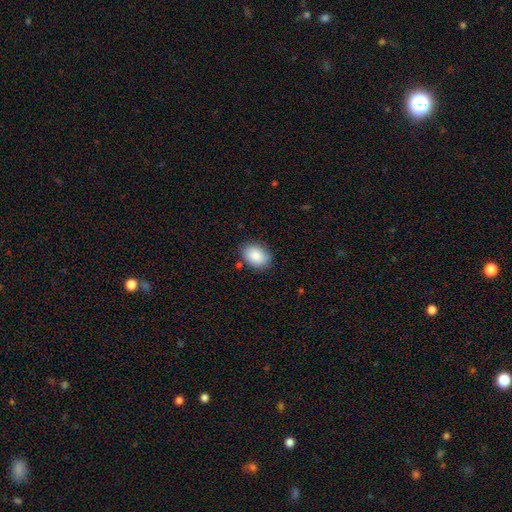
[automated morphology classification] type=smooth (88%); roundness=in between (70%); merging=none (82%).